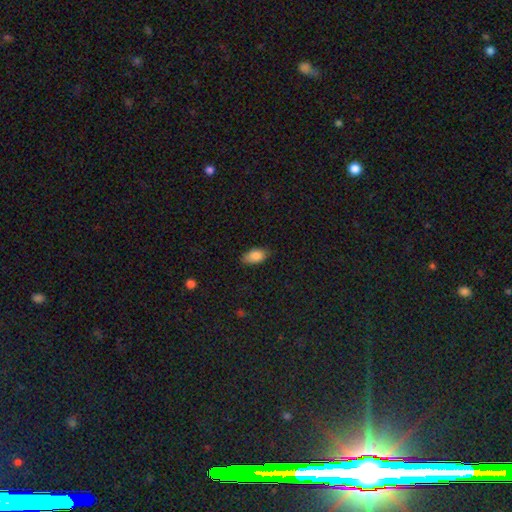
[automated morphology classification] The model was most divided on "merging": none: 78%, minor disturbance: 18%, major disturbance: 3%, merger: 1%. More confident: how rounded — in between (92%); smooth or featured — smooth (85%).